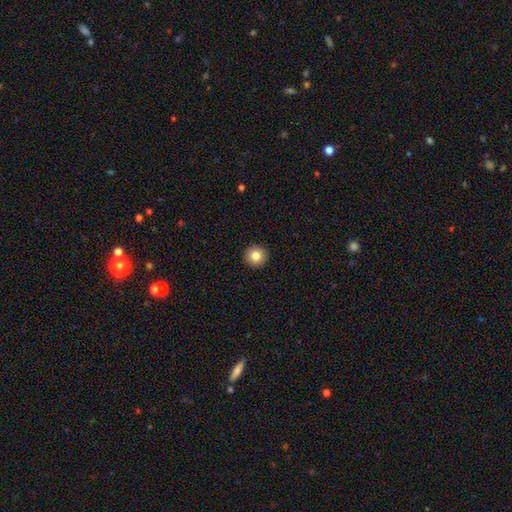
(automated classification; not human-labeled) Smooth or featured: smooth — 83% (star or artifact — 10%)
How rounded: round — 95% (in between — 4%)
Merging: none — 94% (minor disturbance — 4%)